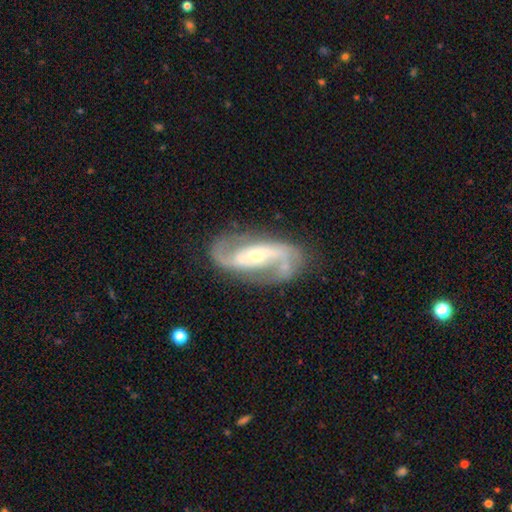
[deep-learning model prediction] smooth_or_featured: featured or disk (p=0.90) [alt: smooth p=0.05]
disk_edge_on: no (p=0.96) [alt: yes p=0.04]
bar: strong (p=0.40) [alt: weak p=0.32]
has_spiral_arms: yes (p=0.97) [alt: no p=0.03]
spiral_winding: medium (p=0.45) [alt: loose p=0.40]
spiral_arm_count: 2 (p=0.92) [alt: can't tell p=0.02]
bulge_size: small (p=0.60) [alt: moderate p=0.35]
merging: none (p=0.76) [alt: minor disturbance p=0.15]